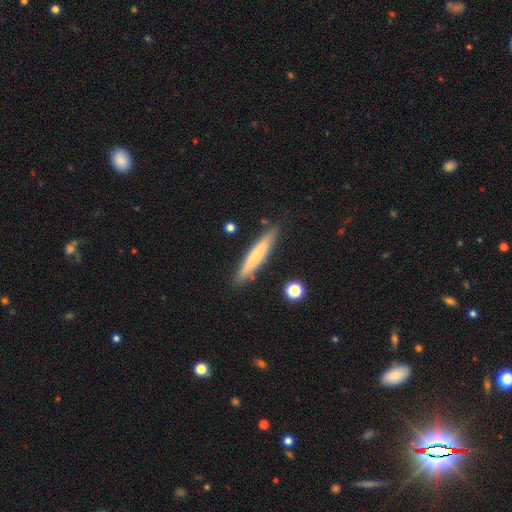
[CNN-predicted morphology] A smooth galaxy with no disk features (57%) that is cigar-shaped (93%). Merging: none (87%).